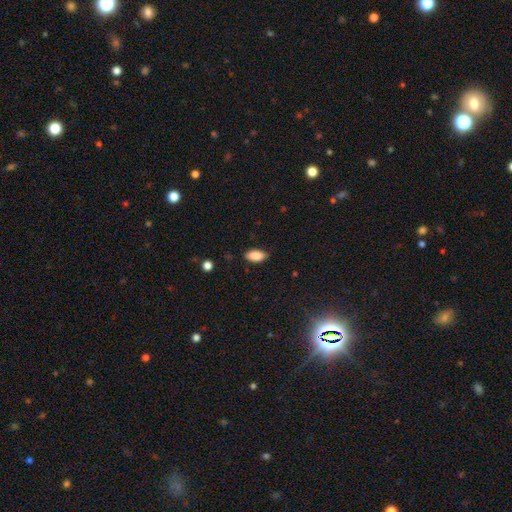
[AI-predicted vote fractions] Morphology: type=smooth (87%); roundness=in between (92%); merging=none (79%).